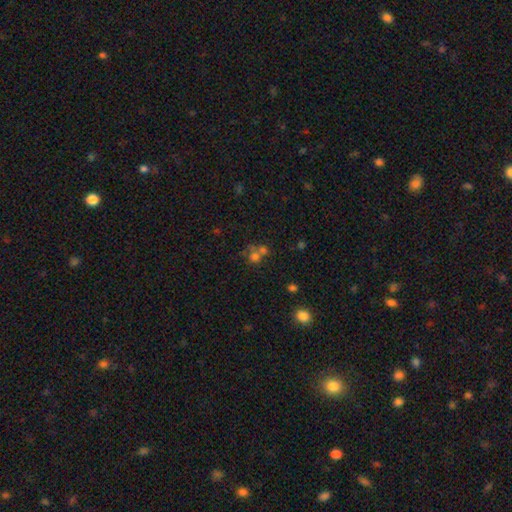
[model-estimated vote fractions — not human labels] smooth_or_featured: smooth (p=0.54) [alt: star or artifact p=0.29]
how_rounded: round (p=0.81) [alt: in between p=0.18]
merging: none (p=0.44) [alt: merger p=0.43]